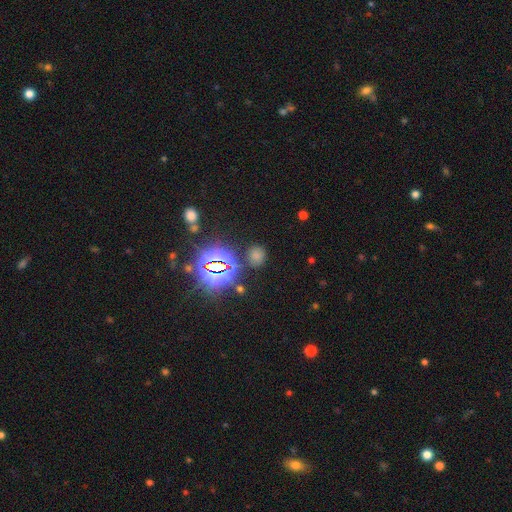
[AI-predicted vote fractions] This is possibly a smooth galaxy (57%). How rounded: likely round (73%). Merging: likely none (80%).